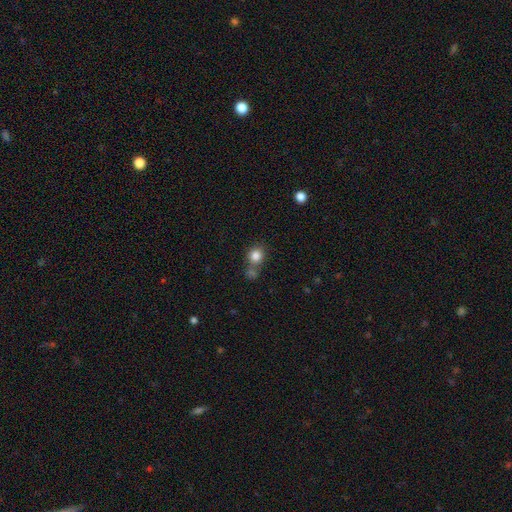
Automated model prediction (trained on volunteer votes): This appears to be a smooth galaxy with no disk features (83%) that is round (80%). Merging: none (56%).